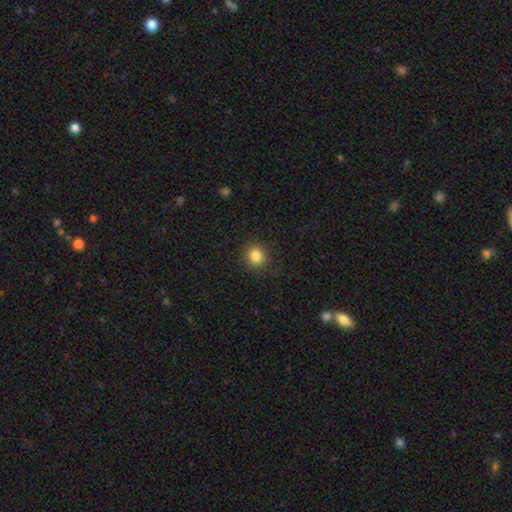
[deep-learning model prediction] The model was most divided on "smooth or featured": smooth: 84%, star or artifact: 11%, featured or disk: 5%. More confident: merging — none (87%); how rounded — round (87%).